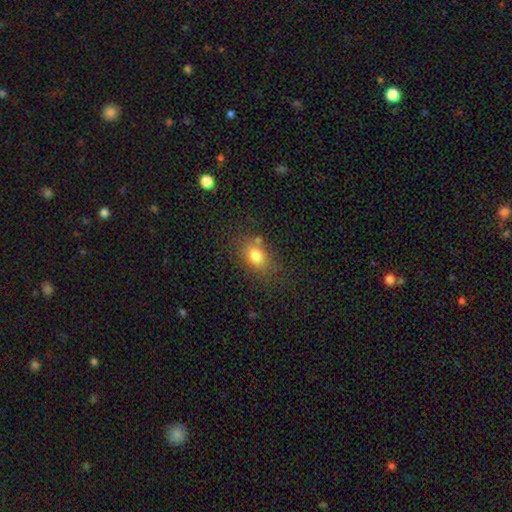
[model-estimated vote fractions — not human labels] This is likely a smooth galaxy (79%). How rounded: likely in between (70%). Merging: likely none (69%).